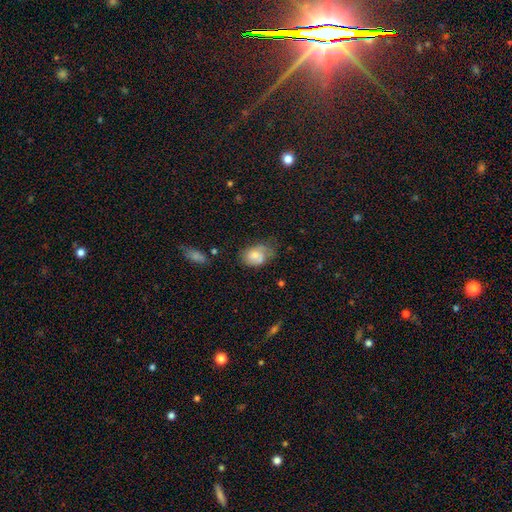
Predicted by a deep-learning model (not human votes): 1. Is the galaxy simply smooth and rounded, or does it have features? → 61% smooth, 30% featured or disk, 9% star or artifact.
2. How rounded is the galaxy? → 73% in between, 25% round, 1% cigar-shaped.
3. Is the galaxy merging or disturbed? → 38% none, 35% minor disturbance, 21% major disturbance, 5% merger.